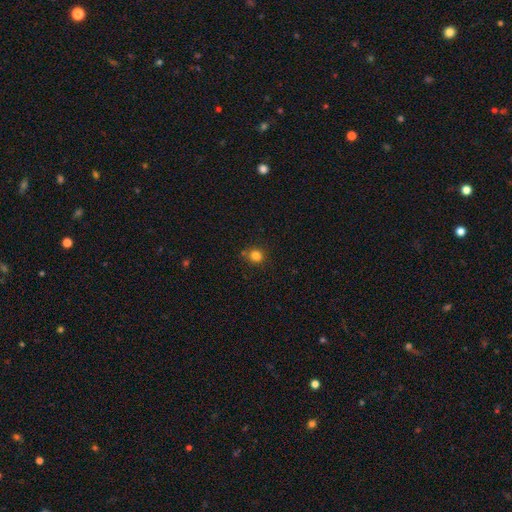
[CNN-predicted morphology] A smooth galaxy with no disk features (82%) that is round (81%). Merging: none (75%).